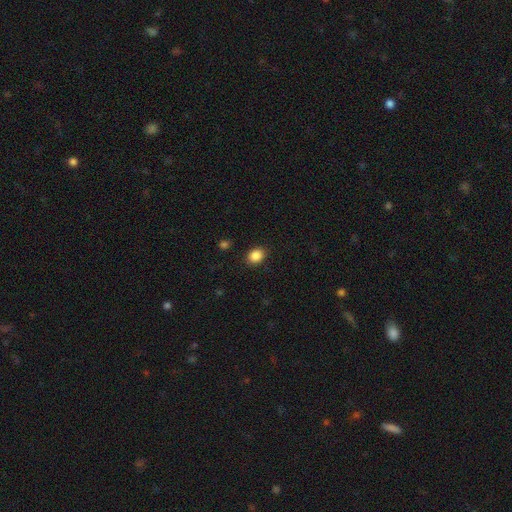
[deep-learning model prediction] The model was most divided on "how rounded": in between: 51%, round: 48%, cigar-shaped: 1%. More confident: merging — none (88%); smooth or featured — smooth (87%).